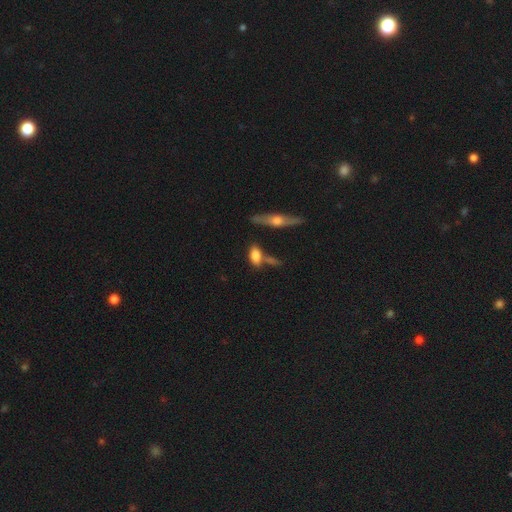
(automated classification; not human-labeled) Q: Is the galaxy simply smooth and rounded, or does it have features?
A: smooth — 70%.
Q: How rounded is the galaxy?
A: in between — 78%.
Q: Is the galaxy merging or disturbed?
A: none — 58%.